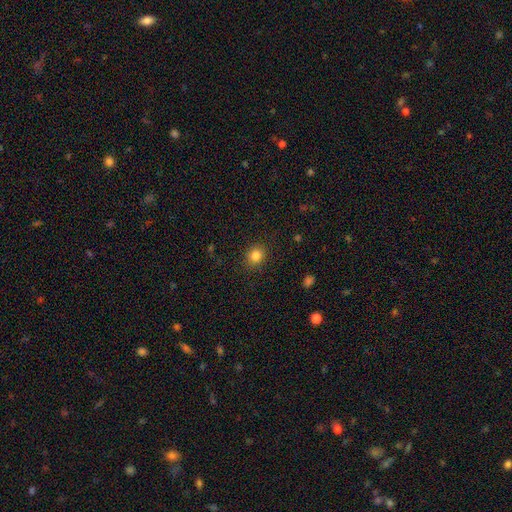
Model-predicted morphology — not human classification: The model was most divided on "how rounded": round: 71%, in between: 28%, cigar-shaped: 1%. More confident: merging — none (88%); smooth or featured — smooth (83%).